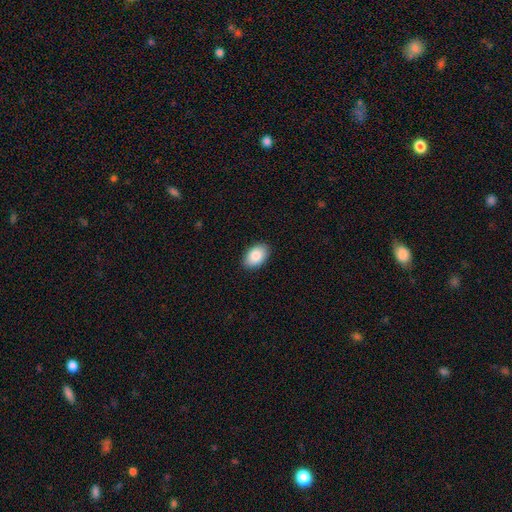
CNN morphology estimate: A smooth galaxy with no disk features (88%) that is in between round and cigar-shaped (90%).

Vote fractions:
- Smooth or featured? smooth: 88% / star or artifact: 7% / featured or disk: 6%
- How rounded? in between: 90% / round: 8% / cigar-shaped: 1%
- Merging? none: 88% / minor disturbance: 9% / major disturbance: 2% / merger: 1%